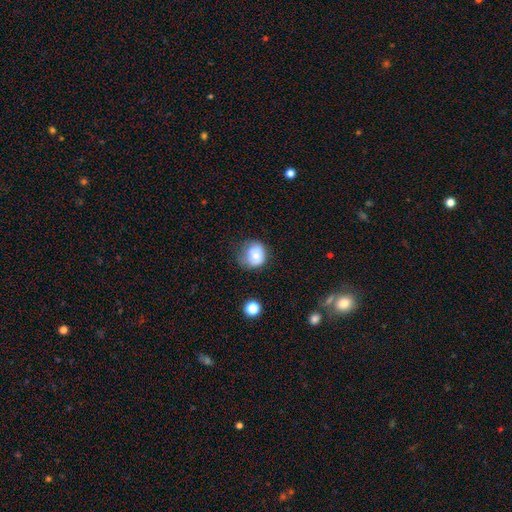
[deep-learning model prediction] Smooth or featured?
  - smooth: 71% *
  - featured or disk: 19%
  - star or artifact: 9%
How rounded?
  - round: 71% *
  - in between: 28%
  - cigar-shaped: 1%
Merging?
  - none: 52% *
  - minor disturbance: 32%
  - major disturbance: 13%
  - merger: 4%